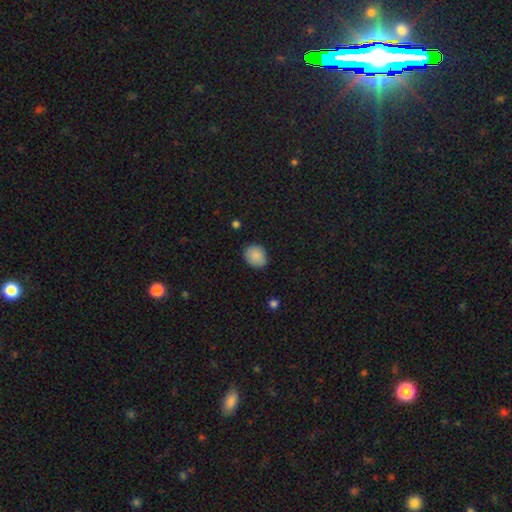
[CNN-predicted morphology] Smooth or featured: smooth — 87% (star or artifact — 8%)
How rounded: round — 69% (in between — 30%)
Merging: none — 85% (minor disturbance — 12%)